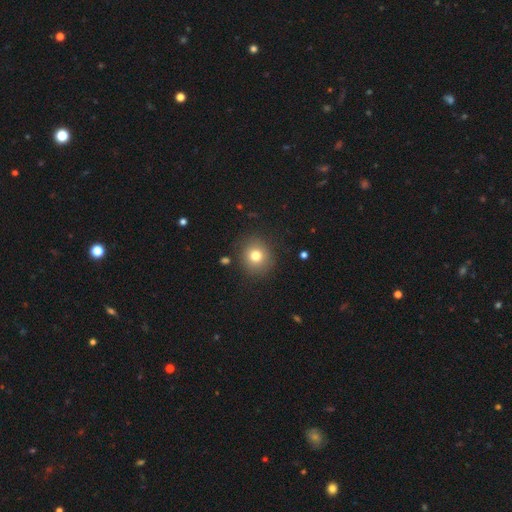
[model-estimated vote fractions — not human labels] A smooth galaxy with no disk features (77%) that is round (88%). Merging: none (88%).